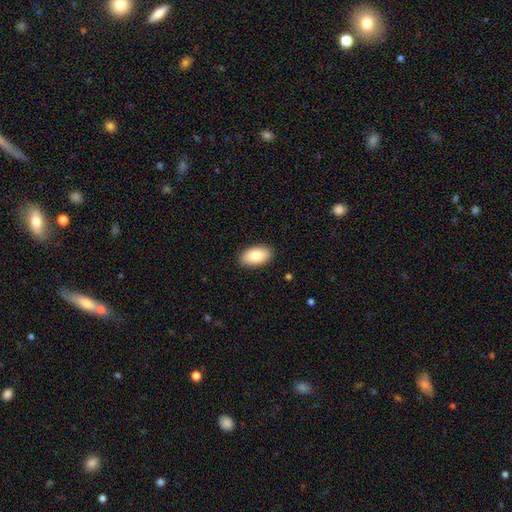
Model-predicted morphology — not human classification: Smooth or featured? smooth (83%)
How rounded? in between (94%)
Merging? none (89%)